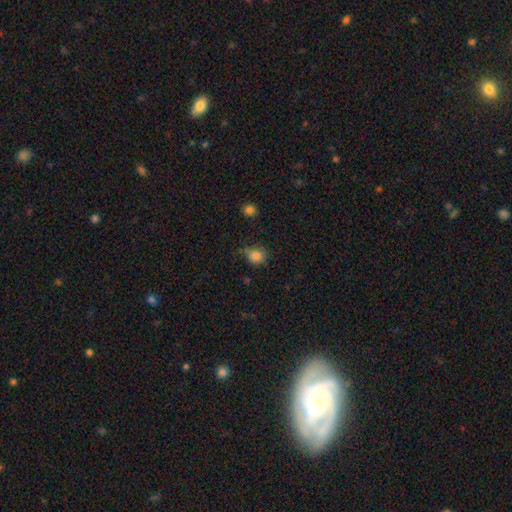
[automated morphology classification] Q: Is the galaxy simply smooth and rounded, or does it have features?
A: smooth — 82%.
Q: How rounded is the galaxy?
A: round — 77%.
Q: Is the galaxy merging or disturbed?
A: none — 54%.